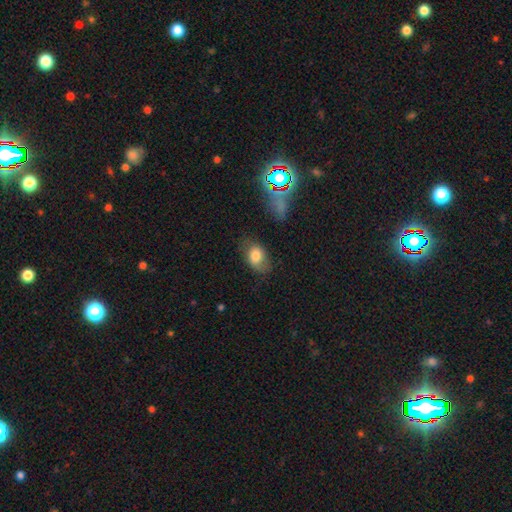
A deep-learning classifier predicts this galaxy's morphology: Q: Smooth or featured?
A: smooth (77%); runner-up: featured or disk (14%)
Q: How rounded?
A: in between (81%); runner-up: round (18%)
Q: Merging?
A: none (63%); runner-up: minor disturbance (26%)